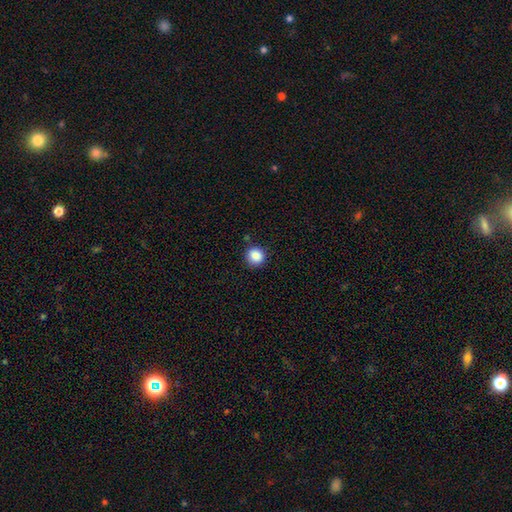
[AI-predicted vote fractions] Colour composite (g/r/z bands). It shows a smooth galaxy with no disk features (87%) that is round (91%). Merging: none (86%).